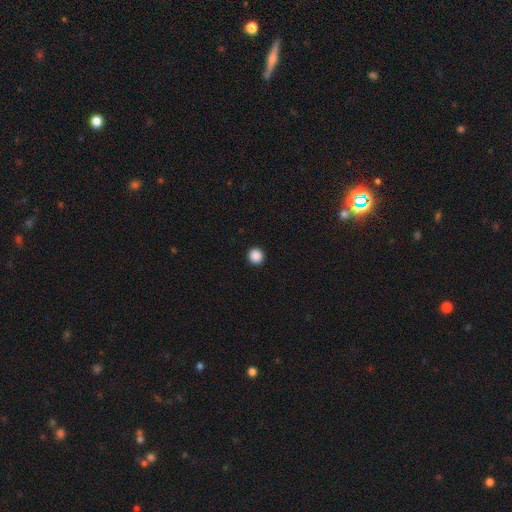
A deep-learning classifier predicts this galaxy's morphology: A smooth galaxy with no disk features (89%) that is round (95%).

Vote fractions:
- Smooth or featured? smooth: 89% / star or artifact: 9% / featured or disk: 2%
- How rounded? round: 95% / in between: 4% / cigar-shaped: 1%
- Merging? none: 94% / minor disturbance: 4% / major disturbance: 1% / merger: 1%